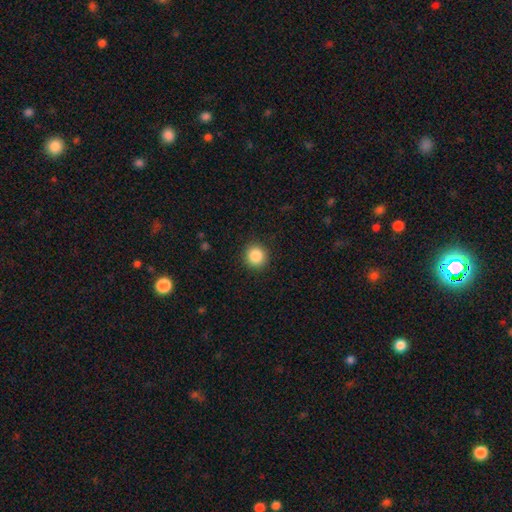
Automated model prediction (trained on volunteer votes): A smooth galaxy with no disk features (86%) that is round (94%).

Vote fractions:
- Smooth or featured? smooth: 86% / star or artifact: 10% / featured or disk: 4%
- How rounded? round: 94% / in between: 5% / cigar-shaped: 1%
- Merging? none: 92% / minor disturbance: 5% / major disturbance: 2% / merger: 1%